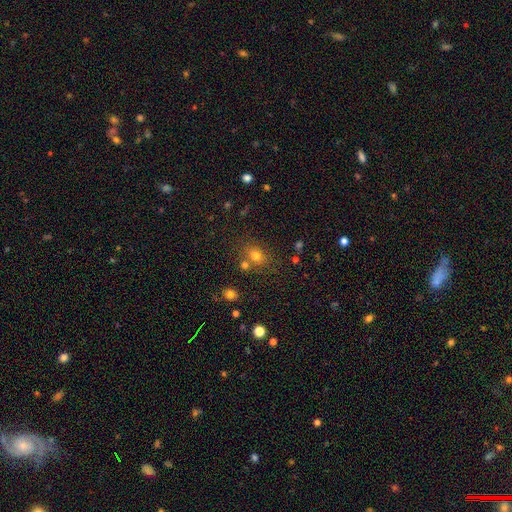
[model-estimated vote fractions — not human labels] Smooth or featured? smooth (74%)
How rounded? round (51%)
Merging? none (65%)